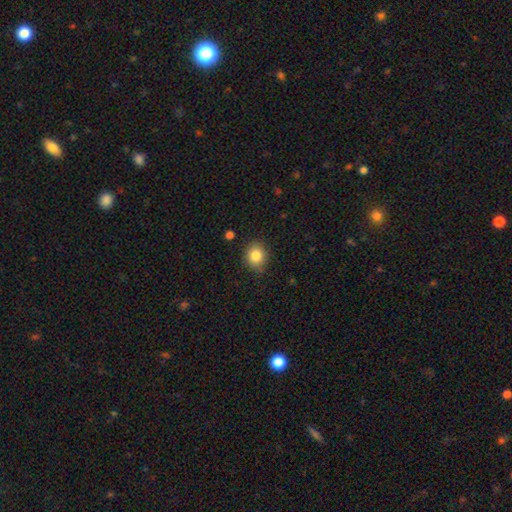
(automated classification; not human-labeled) Smooth or featured?
  - smooth: 84% *
  - star or artifact: 10%
  - featured or disk: 6%
How rounded?
  - round: 70% *
  - in between: 29%
  - cigar-shaped: 1%
Merging?
  - none: 84% *
  - minor disturbance: 12%
  - major disturbance: 3%
  - merger: 2%